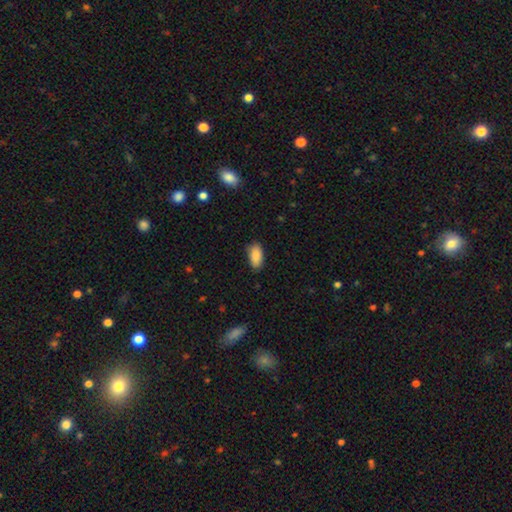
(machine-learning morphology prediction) smooth-or-featured: smooth: 89% | star or artifact: 7% | featured or disk: 5%
  how-rounded: in between: 92% | cigar-shaped: 5% | round: 3%
  merging: none: 83% | minor disturbance: 14% | major disturbance: 3% | merger: 1%